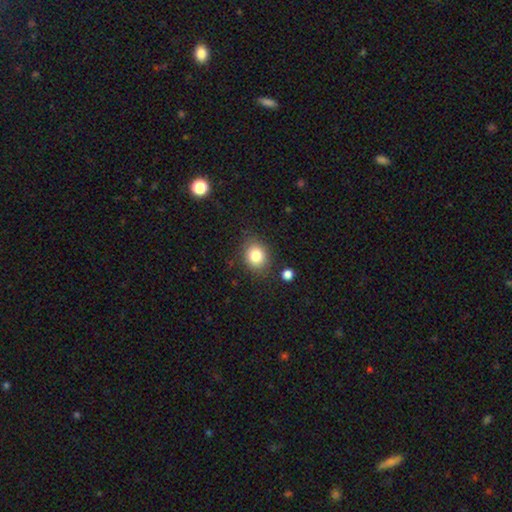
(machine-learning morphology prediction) smooth 82%, star or artifact 10%, featured or disk 7%. Down the decision tree: how rounded — round (62%); merging — none (81%).